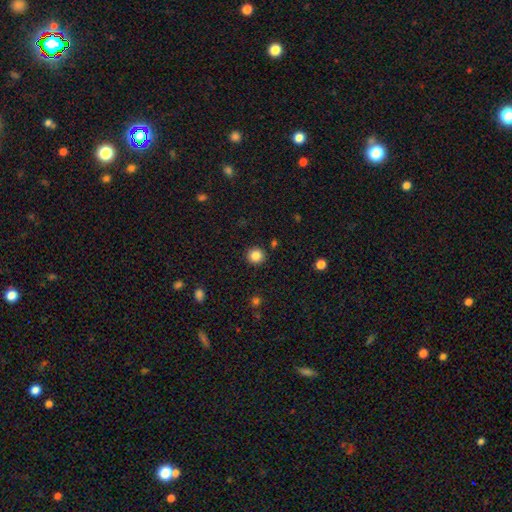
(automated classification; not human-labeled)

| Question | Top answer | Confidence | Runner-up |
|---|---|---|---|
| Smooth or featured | smooth | 84% | star or artifact (11%) |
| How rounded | round | 93% | in between (6%) |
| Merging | none | 91% | minor disturbance (5%) |